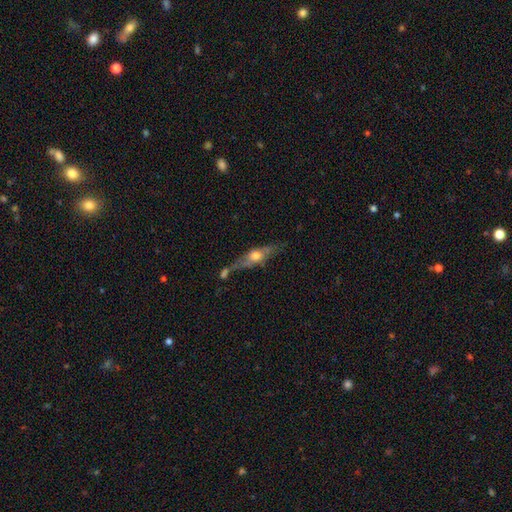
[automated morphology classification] Smooth or featured: featured or disk — 60% (smooth — 33%)
Edge-on disk: yes — 81% (no — 19%)
Merging: none — 49% (merger — 21%)